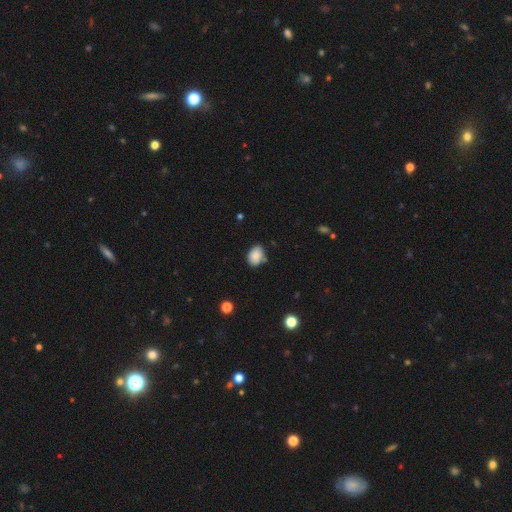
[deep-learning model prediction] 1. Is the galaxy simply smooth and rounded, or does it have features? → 86% smooth, 9% star or artifact, 6% featured or disk.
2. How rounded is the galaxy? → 74% in between, 25% round, 1% cigar-shaped.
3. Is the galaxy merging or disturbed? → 73% none, 20% minor disturbance, 4% merger, 3% major disturbance.